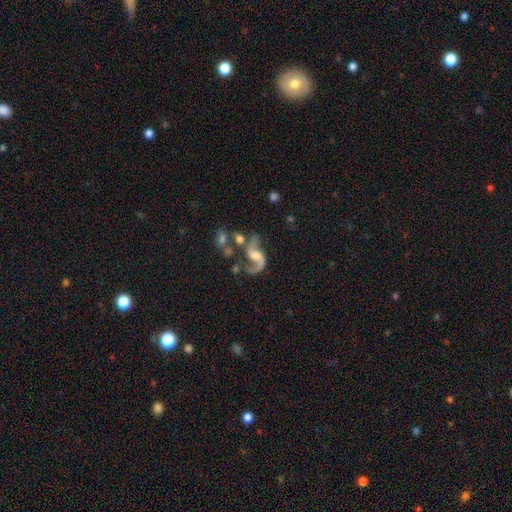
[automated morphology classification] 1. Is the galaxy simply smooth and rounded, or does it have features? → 85% featured or disk, 8% smooth, 7% star or artifact.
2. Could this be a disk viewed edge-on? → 97% no, 3% yes.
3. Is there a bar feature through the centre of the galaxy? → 47% no, 42% weak, 11% strong.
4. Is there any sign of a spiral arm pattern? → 95% yes, 5% no.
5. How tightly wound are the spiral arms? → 67% loose, 28% medium, 5% tight.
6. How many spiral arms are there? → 80% 2, 15% 1, 2% can't tell, 1% 3, 1% 4, 1% more than 4.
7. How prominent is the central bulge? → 44% moderate, 27% small, 16% none, 12% large, 2% dominant.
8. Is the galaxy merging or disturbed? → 37% none, 25% merger, 23% major disturbance, 16% minor disturbance.